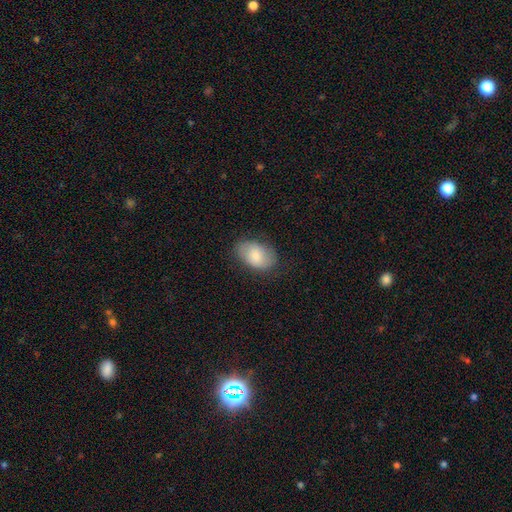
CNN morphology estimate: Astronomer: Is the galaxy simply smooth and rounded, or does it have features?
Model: smooth — 76%.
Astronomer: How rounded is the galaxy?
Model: in between — 88%.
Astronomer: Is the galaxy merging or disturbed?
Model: none — 75%.